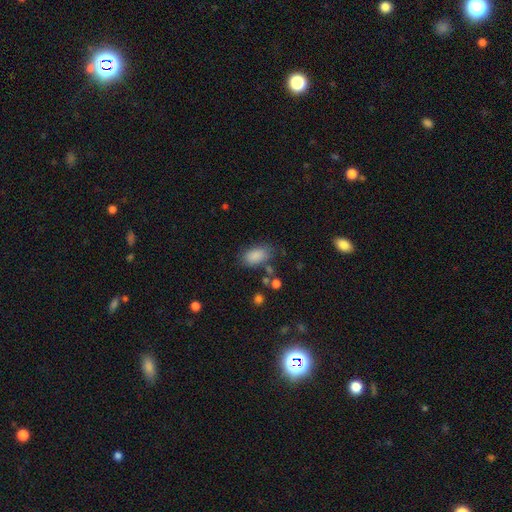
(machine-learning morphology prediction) smooth 87%, star or artifact 8%, featured or disk 5%. Down the decision tree: how rounded — in between (92%); merging — none (73%).